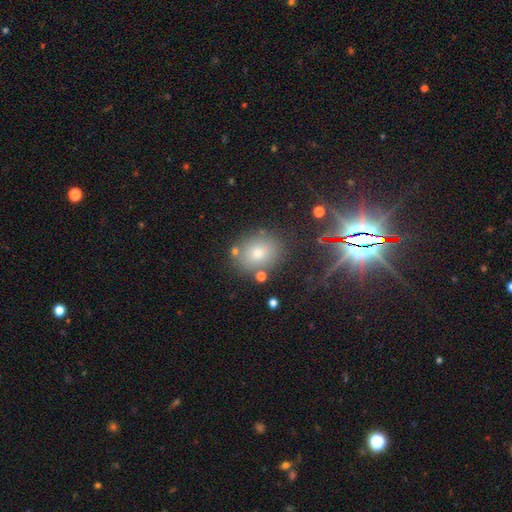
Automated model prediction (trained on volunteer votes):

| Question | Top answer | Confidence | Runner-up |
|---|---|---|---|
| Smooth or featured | smooth | 58% | star or artifact (28%) |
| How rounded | round | 59% | in between (40%) |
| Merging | none | 80% | minor disturbance (10%) |